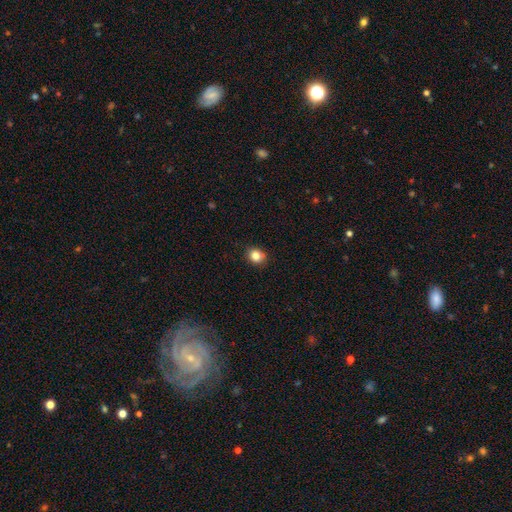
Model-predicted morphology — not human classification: smooth 85%, star or artifact 10%, featured or disk 5%. Down the decision tree: how rounded — round (63%); merging — none (89%).